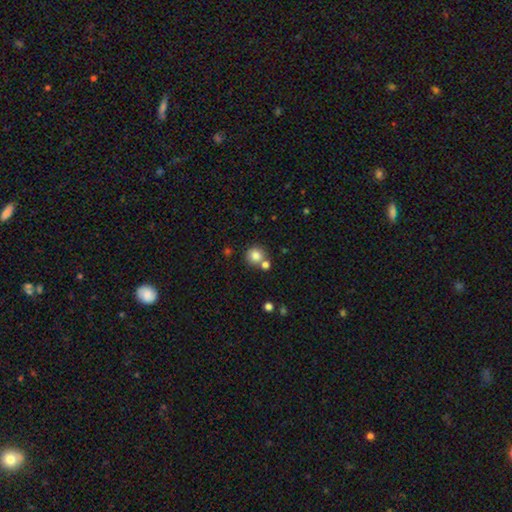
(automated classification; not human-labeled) Q: Smooth or featured?
A: smooth (82%); runner-up: star or artifact (11%)
Q: How rounded?
A: round (92%); runner-up: in between (7%)
Q: Merging?
A: none (66%); runner-up: merger (24%)